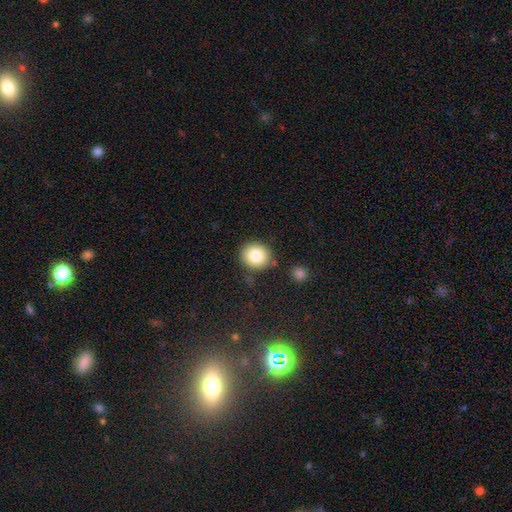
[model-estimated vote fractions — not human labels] This is clearly a smooth galaxy (83%). How rounded: clearly round (85%). Merging: clearly none (80%).